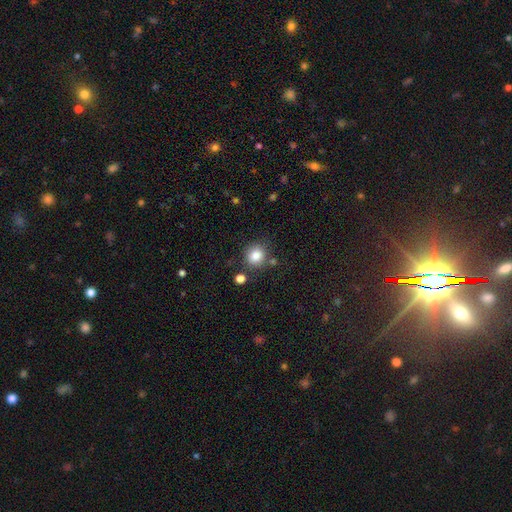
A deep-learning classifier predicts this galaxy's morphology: smooth-or-featured: smooth: 83% | star or artifact: 11% | featured or disk: 6%
  how-rounded: round: 83% | in between: 16% | cigar-shaped: 1%
  merging: none: 78% | minor disturbance: 11% | merger: 7% | major disturbance: 4%